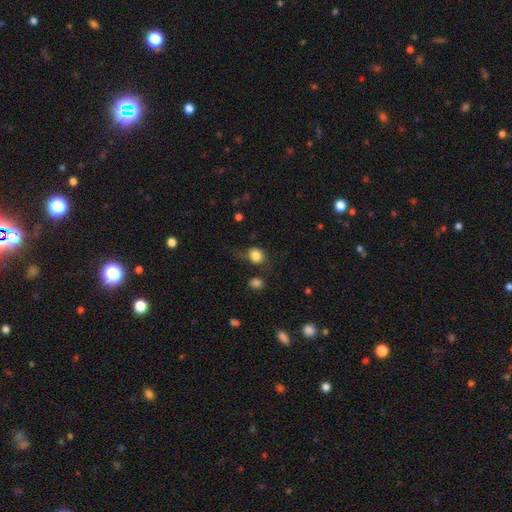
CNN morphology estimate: A smooth galaxy with no disk features (82%) that is round (73%). Merging: none (57%).